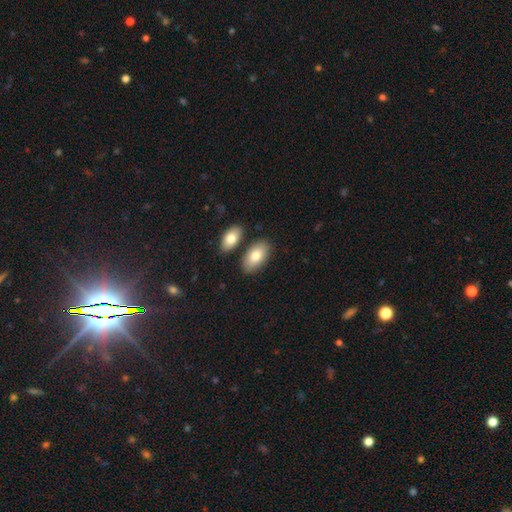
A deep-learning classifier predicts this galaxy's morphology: A smooth galaxy with no disk features (79%) that is in between round and cigar-shaped (95%).

Vote fractions:
- Smooth or featured? smooth: 79% / featured or disk: 14% / star or artifact: 6%
- How rounded? in between: 95% / round: 3% / cigar-shaped: 2%
- Merging? none: 74% / merger: 13% / minor disturbance: 10% / major disturbance: 2%